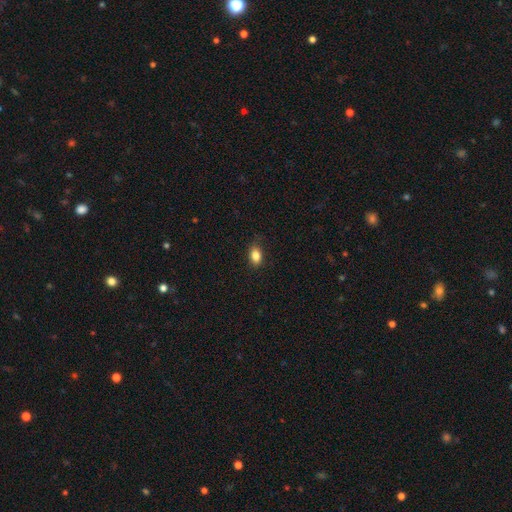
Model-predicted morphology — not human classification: Smooth or featured? smooth (85%)
How rounded? in between (83%)
Merging? none (82%)